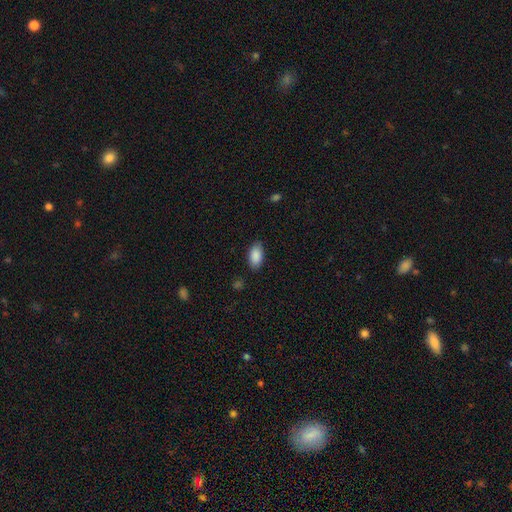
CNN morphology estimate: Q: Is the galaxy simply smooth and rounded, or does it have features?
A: smooth — 89%.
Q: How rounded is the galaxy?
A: in between — 94%.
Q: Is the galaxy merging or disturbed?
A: none — 84%.